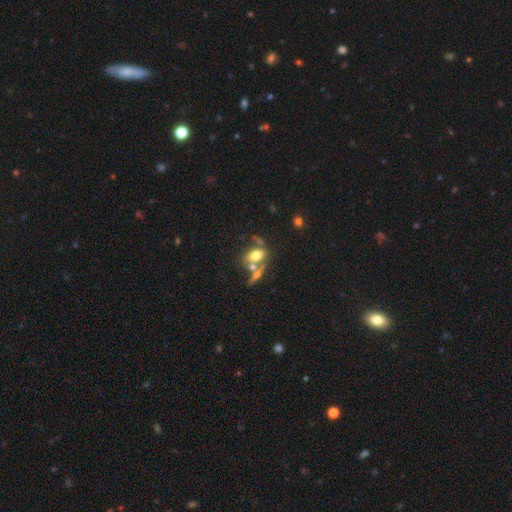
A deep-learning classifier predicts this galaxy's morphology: The model was most divided on "merging": merger: 41%, none: 40%, minor disturbance: 12%, major disturbance: 7%. More confident: how rounded — in between (77%); smooth or featured — smooth (56%).